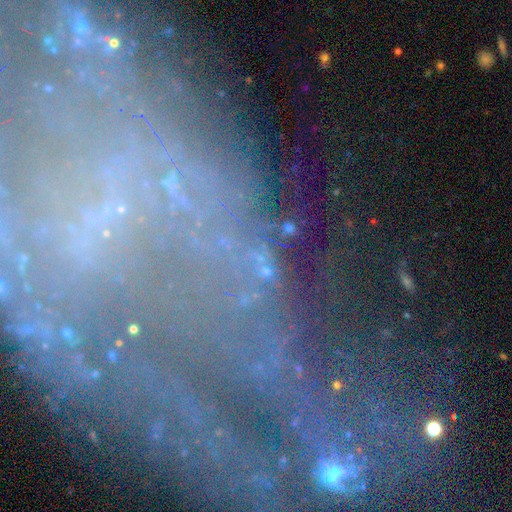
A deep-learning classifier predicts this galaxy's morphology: The model was most divided on "smooth or featured": star or artifact: 59%, featured or disk: 25%, smooth: 16%.